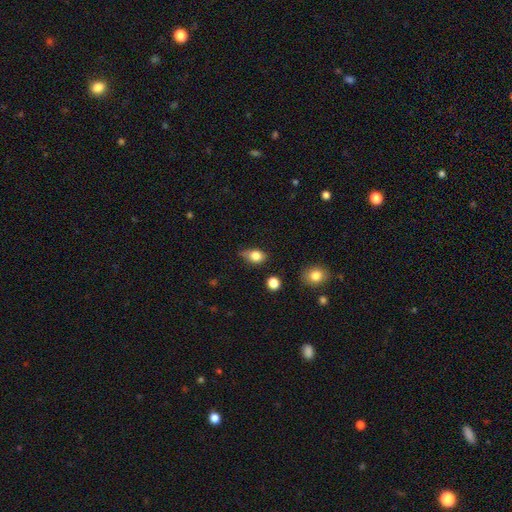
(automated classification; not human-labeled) smooth 80%, featured or disk 11%, star or artifact 9%. Down the decision tree: how rounded — in between (73%); merging — none (57%).